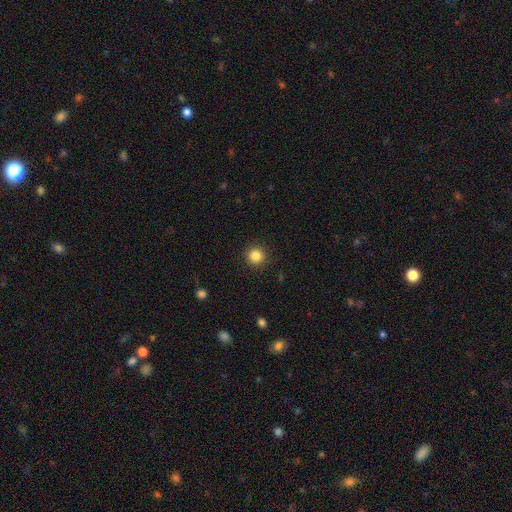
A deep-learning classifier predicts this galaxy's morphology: smooth 84%, star or artifact 11%, featured or disk 5%. Down the decision tree: how rounded — round (95%); merging — none (92%).